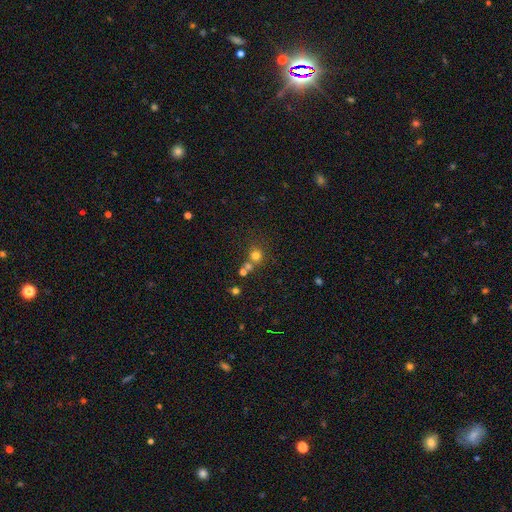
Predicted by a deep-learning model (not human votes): smooth-or-featured: smooth: 73% | star or artifact: 18% | featured or disk: 9%
  how-rounded: round: 88% | in between: 11% | cigar-shaped: 1%
  merging: none: 57% | merger: 30% | minor disturbance: 8% | major disturbance: 4%